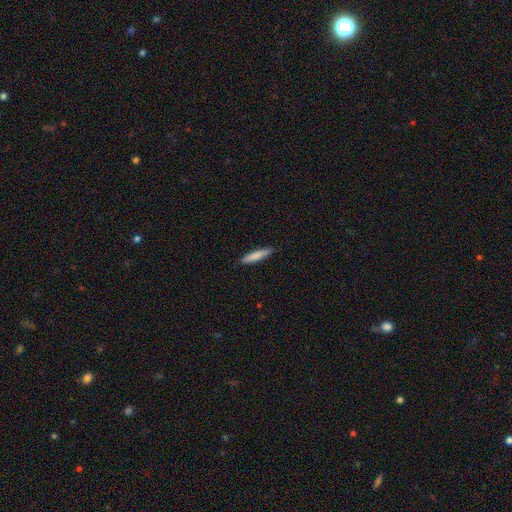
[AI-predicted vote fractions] This is clearly a smooth galaxy (81%). How rounded: clearly cigar-shaped (89%). Merging: clearly none (89%).